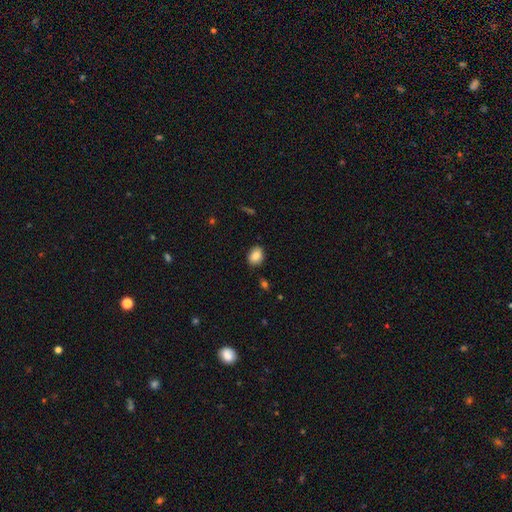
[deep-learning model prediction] This is clearly a smooth galaxy (84%). How rounded: likely in between (66%). Merging: clearly none (87%).